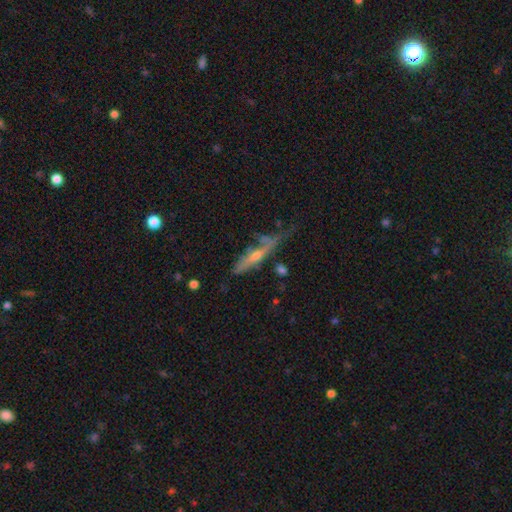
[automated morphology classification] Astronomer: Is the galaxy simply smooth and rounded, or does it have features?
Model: featured or disk — 61%.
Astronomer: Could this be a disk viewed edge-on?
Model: yes — 79%.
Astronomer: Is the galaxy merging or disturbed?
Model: none — 44% (runner-up: minor disturbance, 30%).